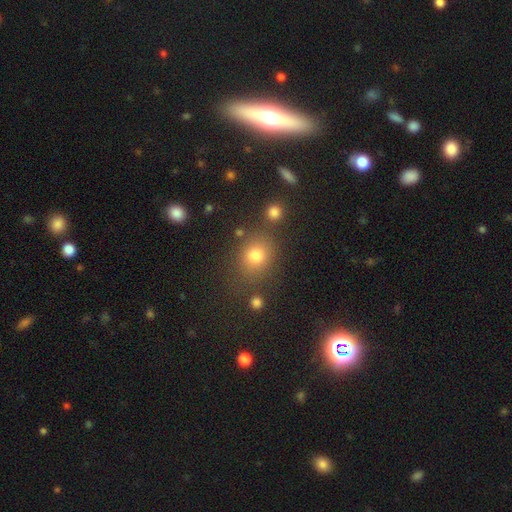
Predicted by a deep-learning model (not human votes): A smooth galaxy with no disk features (74%) that is round (63%).

Vote fractions:
- Smooth or featured? smooth: 74% / star or artifact: 18% / featured or disk: 8%
- How rounded? round: 63% / in between: 36% / cigar-shaped: 1%
- Merging? none: 74% / minor disturbance: 13% / merger: 8% / major disturbance: 5%